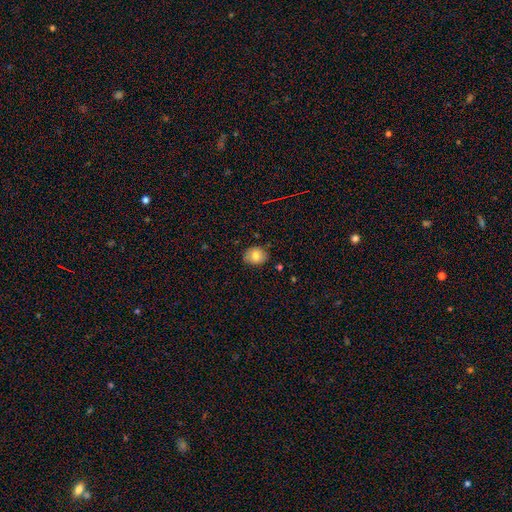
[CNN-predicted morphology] smooth 78%, featured or disk 12%, star or artifact 10%. Down the decision tree: how rounded — round (53%); merging — none (83%).